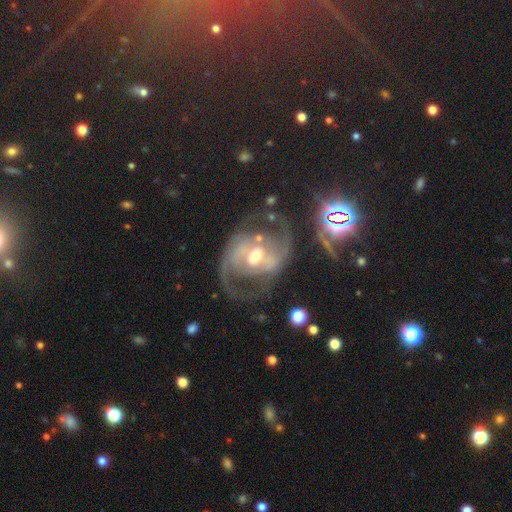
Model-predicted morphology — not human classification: The model was most divided on "bar": weak: 42%, no: 31%, strong: 26%. More confident: edge-on disk — no (97%); spiral arms — yes (93%); smooth or featured — featured or disk (87%); spiral arm count — 2 (86%); merging — none (65%); bulge size — moderate (62%); spiral winding — medium (58%).